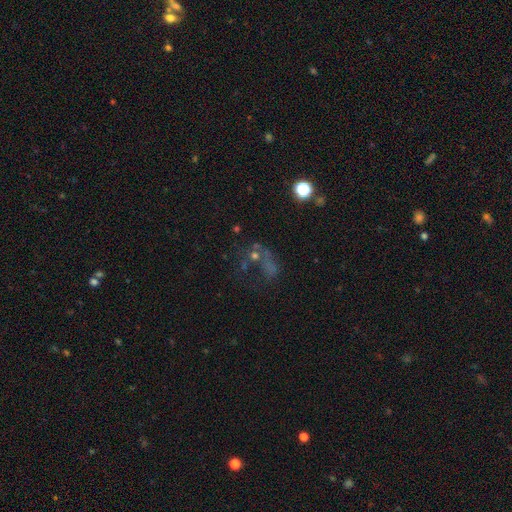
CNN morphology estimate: Smooth or featured? star or artifact (37%)